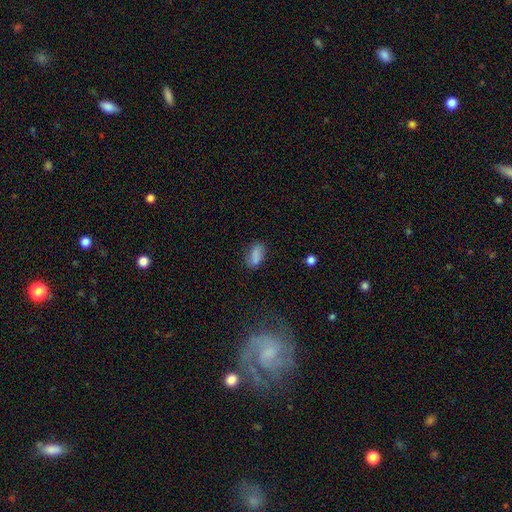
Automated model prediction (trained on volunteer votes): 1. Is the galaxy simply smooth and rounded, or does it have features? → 81% smooth, 10% star or artifact, 9% featured or disk.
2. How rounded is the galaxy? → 87% in between, 8% cigar-shaped, 5% round.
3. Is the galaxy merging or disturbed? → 71% none, 19% minor disturbance, 6% major disturbance, 4% merger.